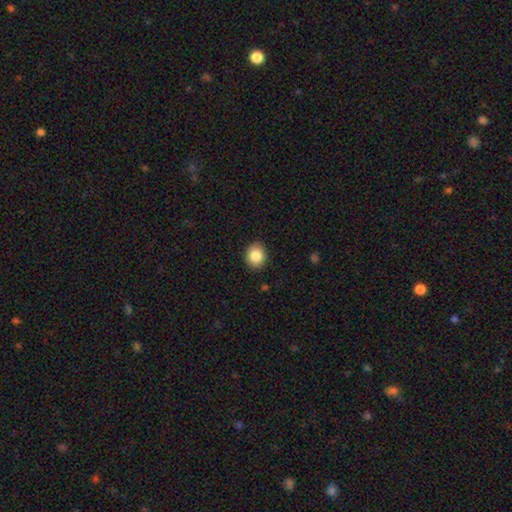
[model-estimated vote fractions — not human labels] Overall: smooth (85%). How rounded: round (65%; in between 34%). Merging: none (89%).